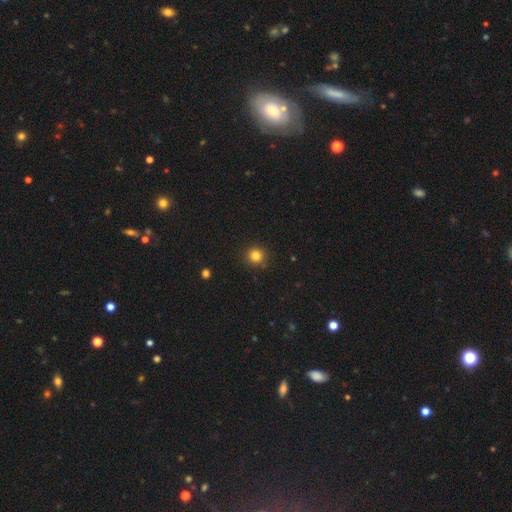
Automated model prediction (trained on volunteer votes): This appears to be a smooth galaxy with no disk features (83%) that is round (93%). Merging: none (90%).